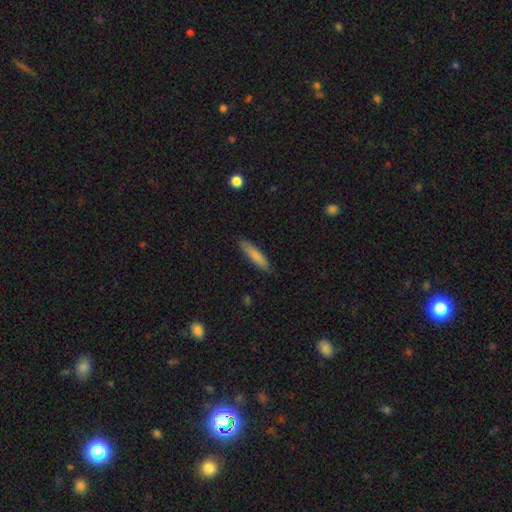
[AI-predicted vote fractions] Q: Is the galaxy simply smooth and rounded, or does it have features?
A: smooth — 82%.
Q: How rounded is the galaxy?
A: cigar-shaped — 81%.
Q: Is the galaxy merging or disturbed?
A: none — 85%.